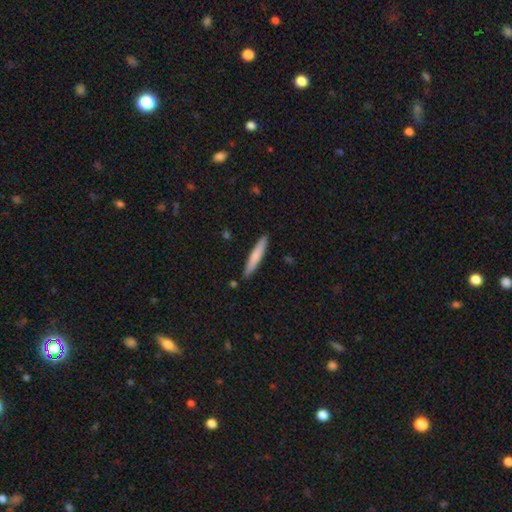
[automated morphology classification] This is likely a smooth galaxy (71%). How rounded: clearly cigar-shaped (94%). Merging: clearly none (88%).